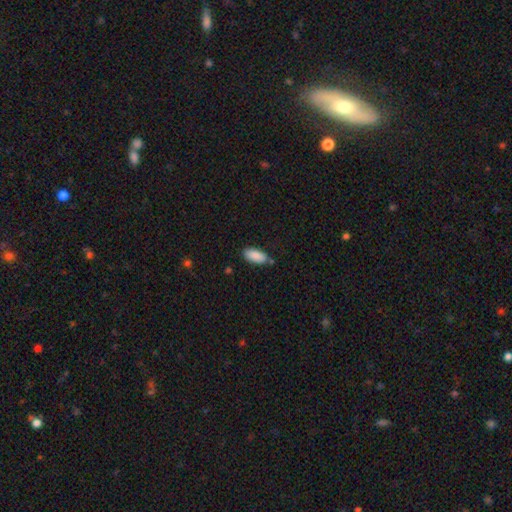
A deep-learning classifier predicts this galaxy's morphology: Overall: smooth (89%). How rounded: in between (89%). Merging: none (75%).